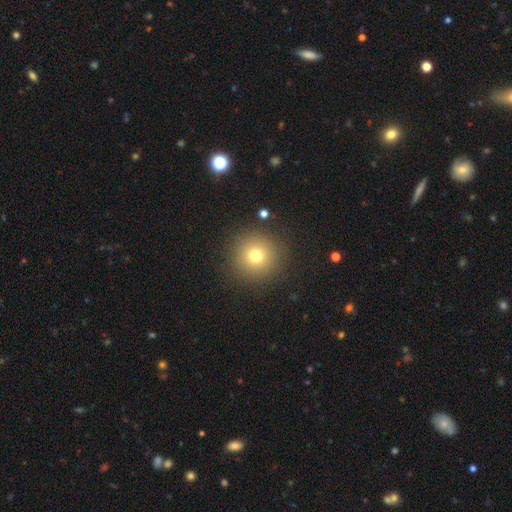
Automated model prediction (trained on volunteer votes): A smooth galaxy with no disk features (73%) that is round (95%). Merging: none (89%).